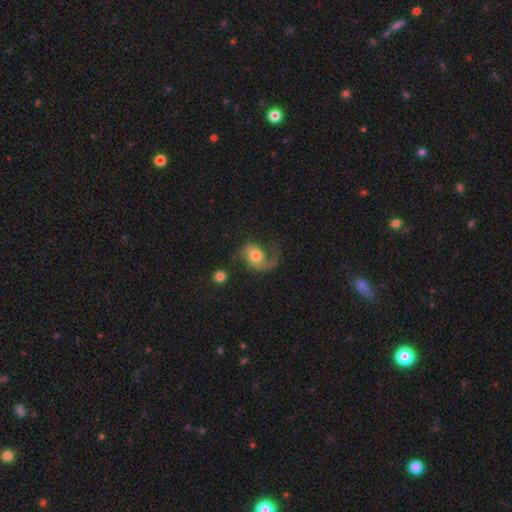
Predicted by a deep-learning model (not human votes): A featured or disk galaxy (68%) with no bar (67%), 1 (56%) loose (60%) spiral arms (91%) and a moderate central bulge (62%).

Vote fractions:
- Smooth or featured? featured or disk: 68% / smooth: 25% / star or artifact: 7%
- Edge-on disk? no: 97% / yes: 3%
- Bar? no: 67% / weak: 27% / strong: 6%
- Spiral arms? yes: 91% / no: 9%
- Spiral winding? loose: 60% / medium: 31% / tight: 9%
- Spiral arm count? 1: 56% / 2: 38% / can't tell: 3% / 3: 1% / 4: 1% / more than 4: 1%
- Bulge size? moderate: 62% / small: 18% / large: 15% / none: 2% / dominant: 2%
- Merging? none: 43% / major disturbance: 35% / minor disturbance: 18% / merger: 4%